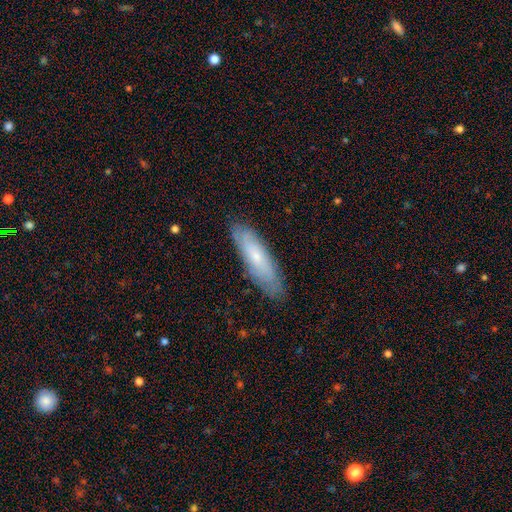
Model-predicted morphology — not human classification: type=smooth (52%); roundness=cigar-shaped (63%); merging=none (82%).